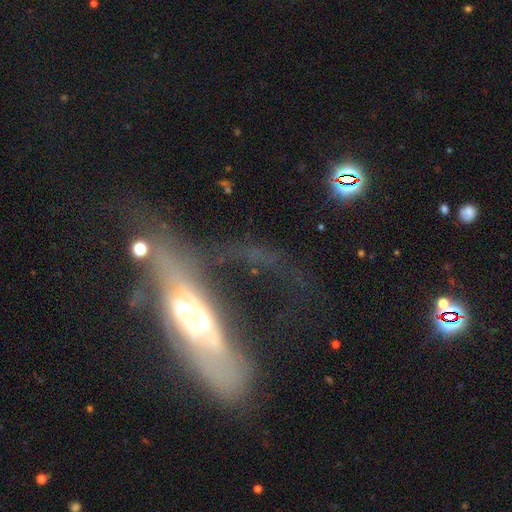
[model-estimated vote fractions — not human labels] A featured or disk galaxy (61%). Merging: major disturbance (54%).